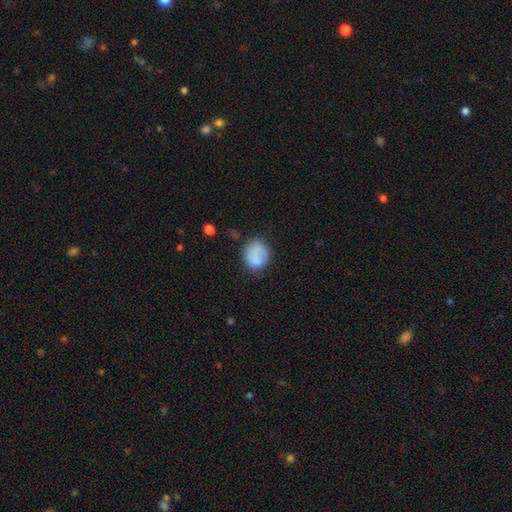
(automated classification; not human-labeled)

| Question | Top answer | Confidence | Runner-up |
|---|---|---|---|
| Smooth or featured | smooth | 83% | featured or disk (9%) |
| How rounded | round | 73% | in between (26%) |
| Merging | none | 69% | minor disturbance (20%) |